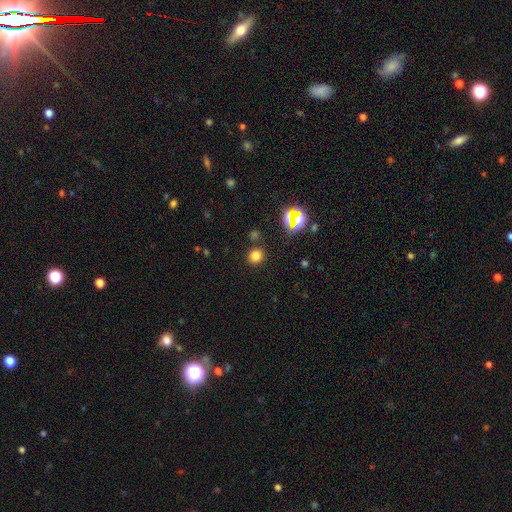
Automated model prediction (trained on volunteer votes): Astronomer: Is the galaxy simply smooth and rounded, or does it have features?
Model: smooth — 74%.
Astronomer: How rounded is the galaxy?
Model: round — 85%.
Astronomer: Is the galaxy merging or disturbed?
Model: none — 85%.